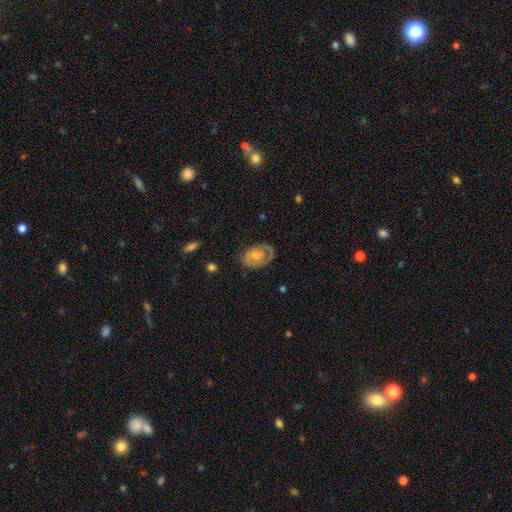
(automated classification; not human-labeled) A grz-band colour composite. It shows a featured or disk galaxy (55%) with no bar (76%), spiral arms (63%) and a moderate central bulge (45%). Merging: none (59%).